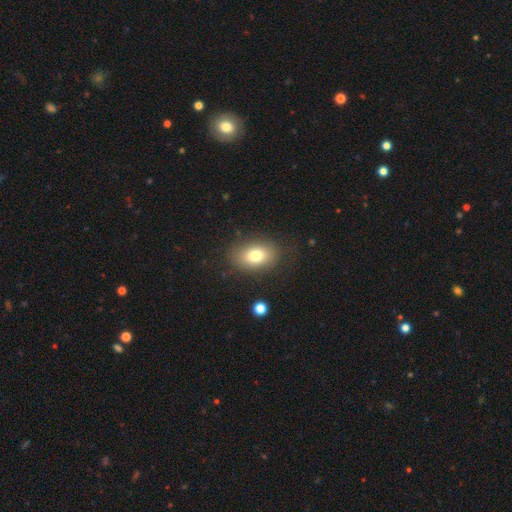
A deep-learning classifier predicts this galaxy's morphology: type=smooth (76%); roundness=in between (80%); merging=none (82%).